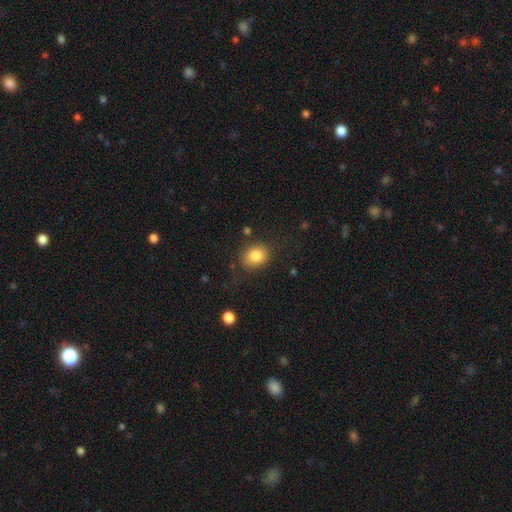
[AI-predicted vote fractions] A smooth galaxy with no disk features (83%) that is round (52%).

Vote fractions:
- Smooth or featured? smooth: 83% / star or artifact: 9% / featured or disk: 8%
- How rounded? round: 52% / in between: 48% / cigar-shaped: 1%
- Merging? none: 79% / minor disturbance: 14% / major disturbance: 5% / merger: 2%